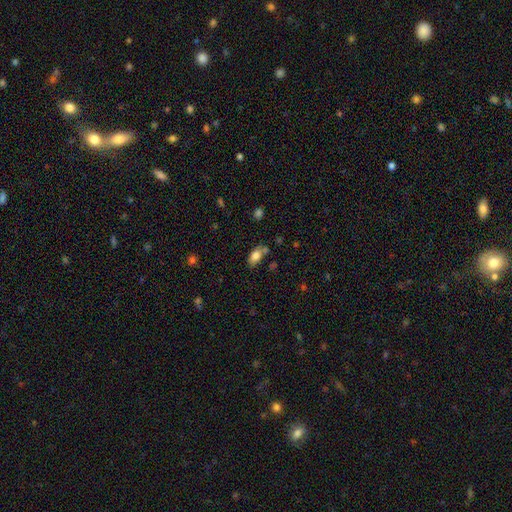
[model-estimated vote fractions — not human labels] Morphology: type=smooth (82%); roundness=in between (90%); merging=none (63%).